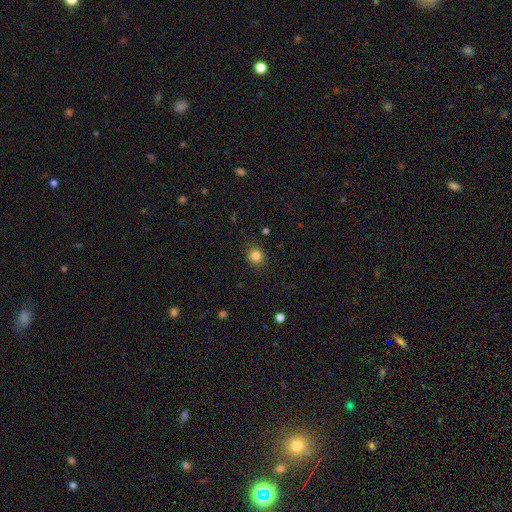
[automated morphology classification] Smooth or featured?
  - smooth: 83% *
  - star or artifact: 11%
  - featured or disk: 6%
How rounded?
  - round: 82% *
  - in between: 17%
  - cigar-shaped: 1%
Merging?
  - none: 85% *
  - minor disturbance: 11%
  - major disturbance: 3%
  - merger: 1%